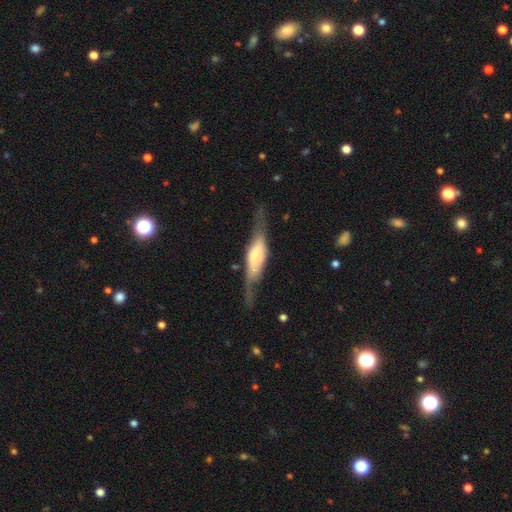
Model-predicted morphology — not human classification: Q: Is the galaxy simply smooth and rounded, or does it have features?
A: featured or disk — 63%.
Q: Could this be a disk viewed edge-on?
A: yes — 83%.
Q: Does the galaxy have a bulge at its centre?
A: rounded — 51%.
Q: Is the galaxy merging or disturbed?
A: none — 61%.